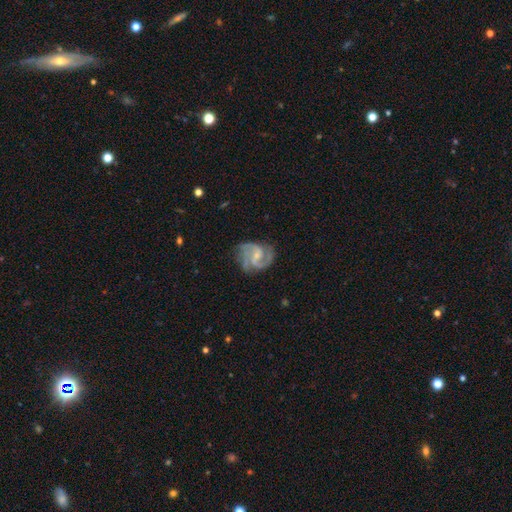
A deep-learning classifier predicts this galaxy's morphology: Smooth or featured? Predicted: featured or disk (p=0.88). Edge-on disk? Predicted: no (p=0.98). Bar? Predicted: weak (p=0.47). Spiral arms? Predicted: yes (p=0.97). Spiral winding? Predicted: medium (p=0.58). Spiral arm count? Predicted: 2 (p=0.60). Bulge size? Predicted: small (p=0.66). Merging? Predicted: none (p=0.65).